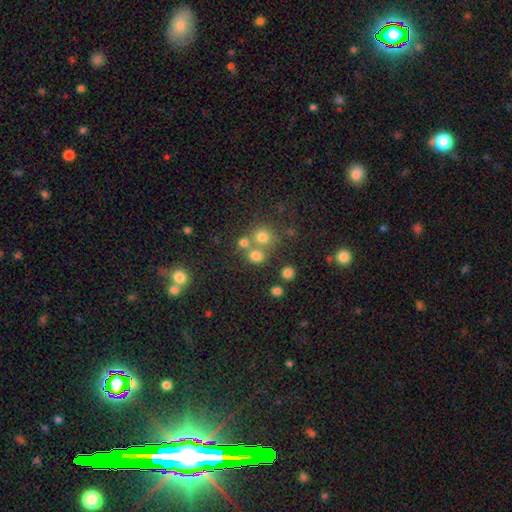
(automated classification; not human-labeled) smooth 73%, star or artifact 18%, featured or disk 9%. Down the decision tree: how rounded — round (76%); merging — none (57%).